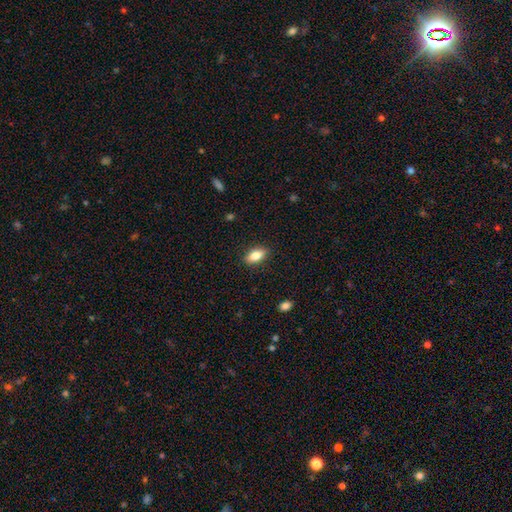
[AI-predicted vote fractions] Morphology: type=smooth (78%); roundness=in between (86%); merging=none (88%).